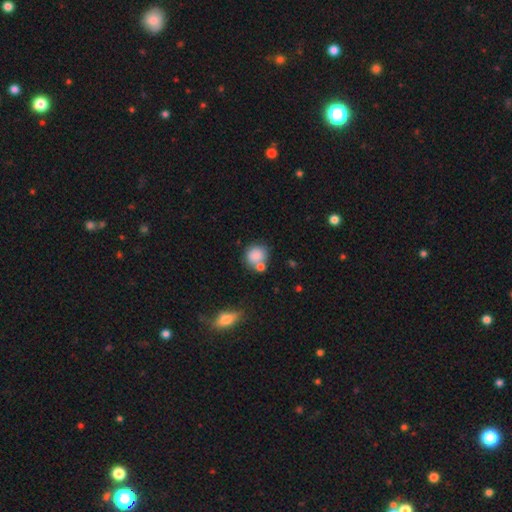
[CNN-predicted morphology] type=smooth (83%); roundness=round (83%); merging=none (56%).